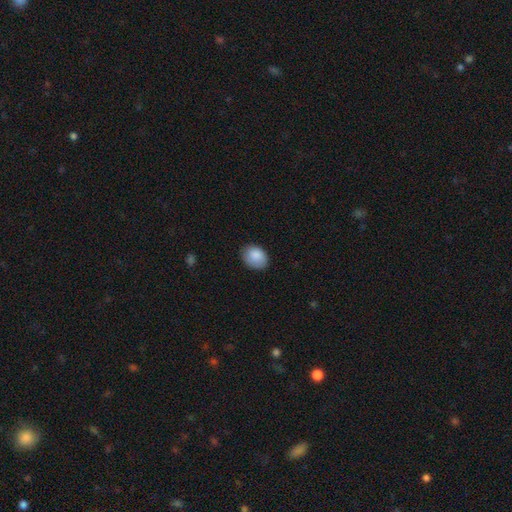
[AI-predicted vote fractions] This appears to be a smooth galaxy with no disk features (88%) that is in between round and cigar-shaped (64%). Merging: none (78%).